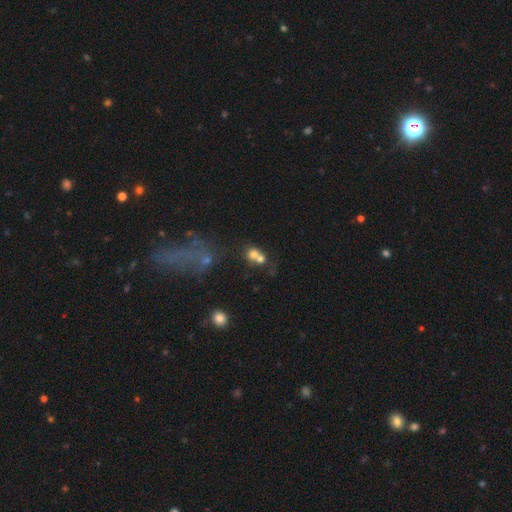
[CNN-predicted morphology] This appears to be a smooth galaxy with no disk features (68%) that is round (78%). Merging: merger (55%).